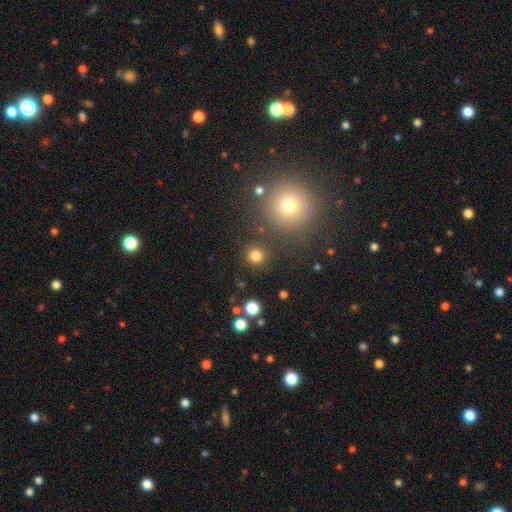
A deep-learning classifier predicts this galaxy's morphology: Smooth or featured? smooth (80%)
How rounded? round (94%)
Merging? none (89%)